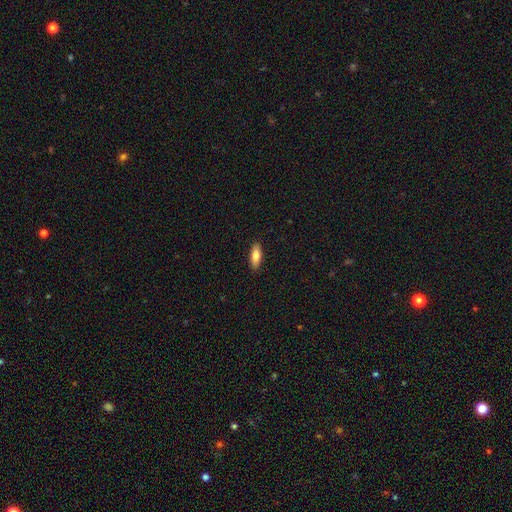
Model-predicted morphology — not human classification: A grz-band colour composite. It shows a smooth galaxy with no disk features (78%) that is in between round and cigar-shaped (63%). Merging: none (90%).